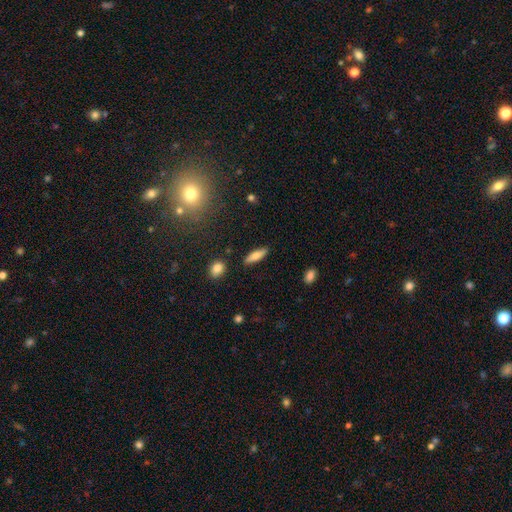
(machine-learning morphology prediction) smooth_or_featured: smooth (p=0.70) [alt: featured or disk p=0.23]
how_rounded: cigar-shaped (p=0.53) [alt: in between p=0.44]
merging: none (p=0.86) [alt: minor disturbance p=0.09]